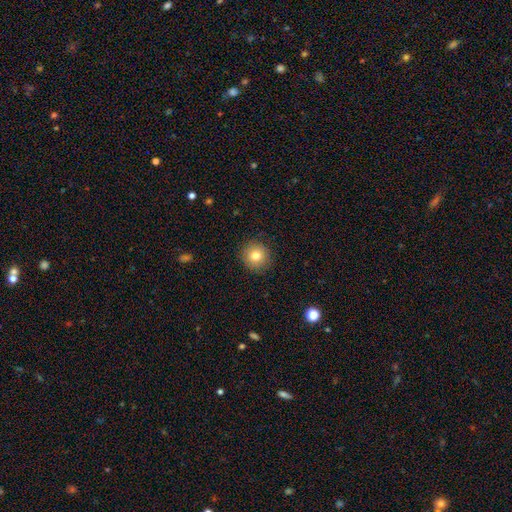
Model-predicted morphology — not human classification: Smooth or featured: smooth — 80% (star or artifact — 11%)
How rounded: round — 93% (in between — 6%)
Merging: none — 90% (minor disturbance — 7%)